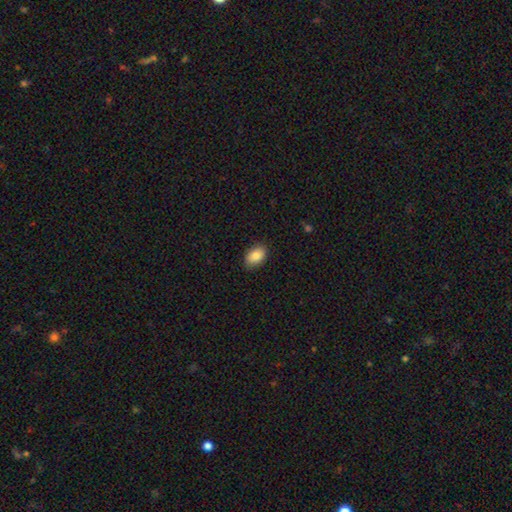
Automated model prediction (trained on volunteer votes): Smooth or featured? smooth (86%)
How rounded? in between (86%)
Merging? none (86%)